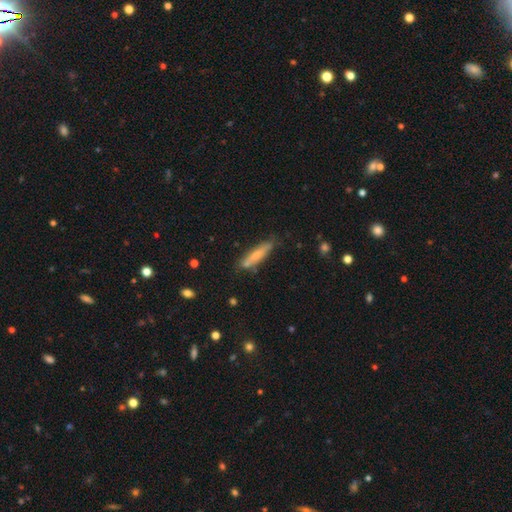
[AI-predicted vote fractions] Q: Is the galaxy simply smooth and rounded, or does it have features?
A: smooth — 65%.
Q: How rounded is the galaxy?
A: cigar-shaped — 85%.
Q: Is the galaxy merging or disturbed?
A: none — 76%.